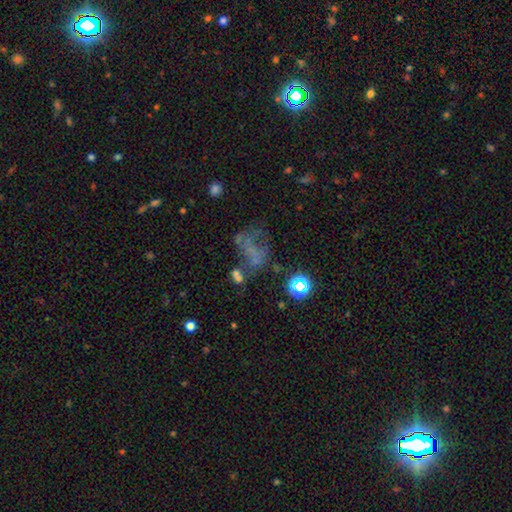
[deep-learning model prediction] Q: Smooth or featured?
A: featured or disk (37%); runner-up: star or artifact (32%)
Q: Merging?
A: none (35%); tied with: major disturbance (35%)